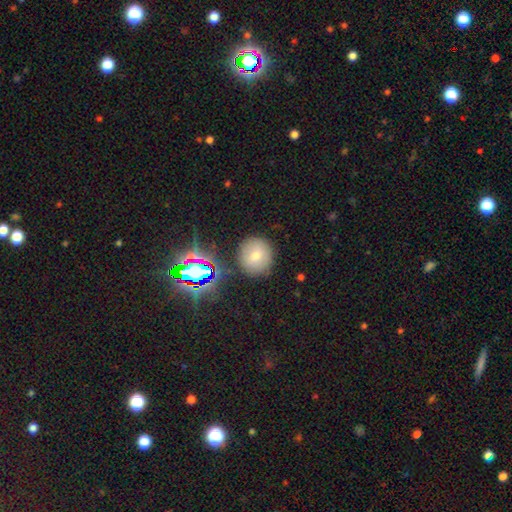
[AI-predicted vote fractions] Smooth or featured: smooth — 56% (star or artifact — 26%)
How rounded: round — 89% (in between — 10%)
Merging: none — 86% (minor disturbance — 8%)